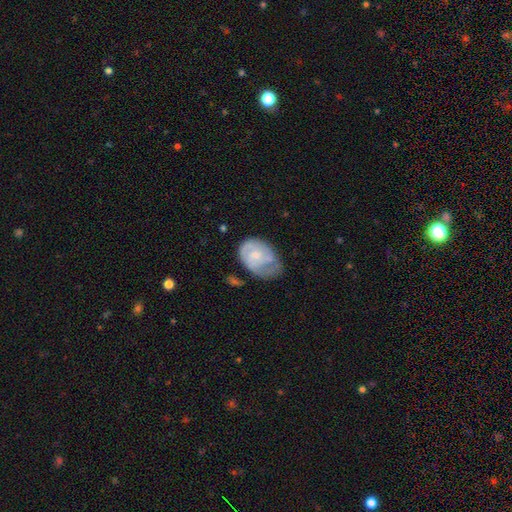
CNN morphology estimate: smooth-or-featured: featured or disk: 53% | smooth: 40% | star or artifact: 6%
  disk-edge-on: no: 97% | yes: 3%
    bar: no: 79% | weak: 19% | strong: 3%
    has-spiral-arms: yes: 63% | no: 37%
    bulge-size: small: 65% | moderate: 29% | none: 4% | large: 1% | dominant: 1%
  merging: minor disturbance: 39% | none: 29% | major disturbance: 27% | merger: 5%